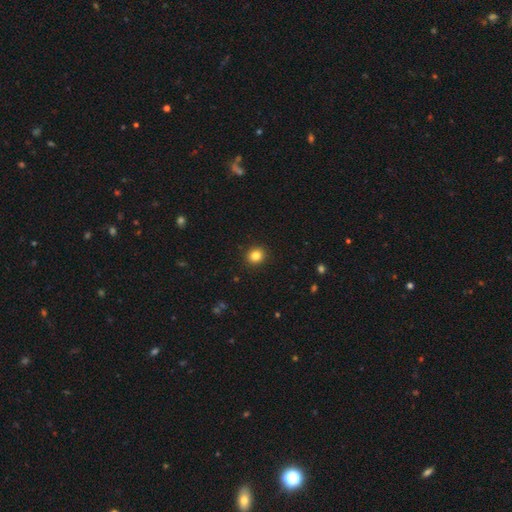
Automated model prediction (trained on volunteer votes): smooth 83%, star or artifact 11%, featured or disk 5%. Down the decision tree: how rounded — round (84%); merging — none (92%).